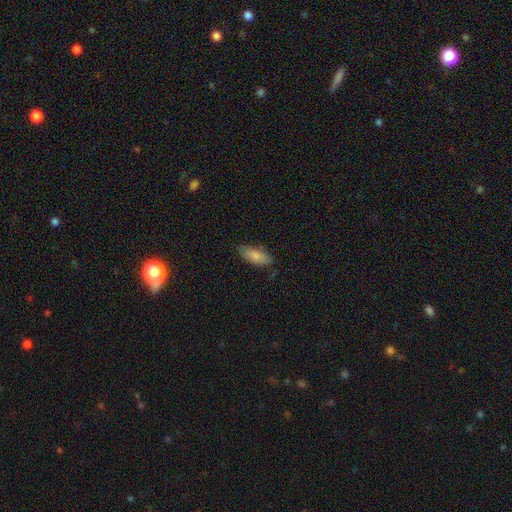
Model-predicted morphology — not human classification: A smooth galaxy with no disk features (84%) that is in between round and cigar-shaped (82%).

Vote fractions:
- Smooth or featured? smooth: 84% / featured or disk: 10% / star or artifact: 6%
- How rounded? in between: 82% / cigar-shaped: 16% / round: 2%
- Merging? none: 76% / minor disturbance: 19% / major disturbance: 3% / merger: 1%